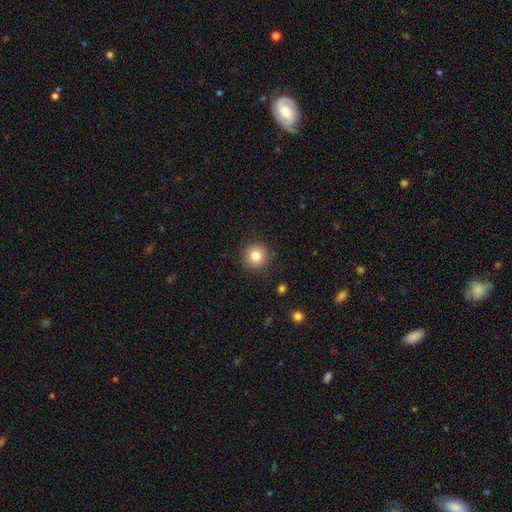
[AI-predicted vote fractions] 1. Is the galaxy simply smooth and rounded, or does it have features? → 82% smooth, 11% star or artifact, 7% featured or disk.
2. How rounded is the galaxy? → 95% round, 4% in between, 1% cigar-shaped.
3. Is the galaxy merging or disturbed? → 90% none, 6% minor disturbance, 2% major disturbance, 1% merger.